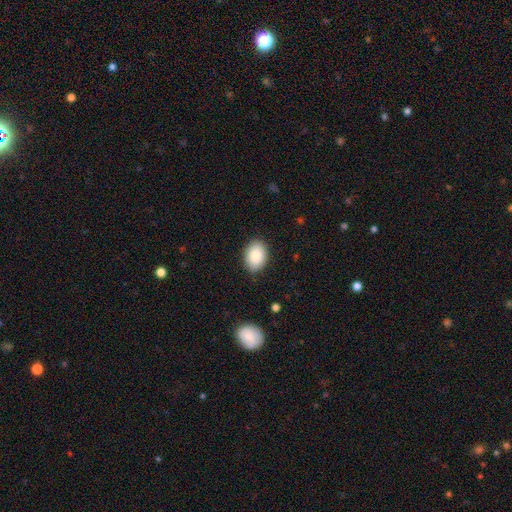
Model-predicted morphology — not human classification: The model was most divided on "how rounded": in between: 82%, round: 17%, cigar-shaped: 1%. More confident: smooth or featured — smooth (87%); merging — none (87%).